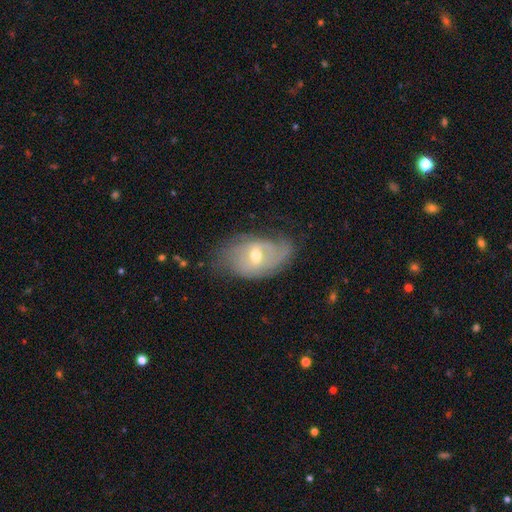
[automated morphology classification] smooth-or-featured: featured or disk: 68% | smooth: 24% | star or artifact: 8%
  disk-edge-on: no: 93% | yes: 7%
    bar: weak: 47% | no: 40% | strong: 13%
    has-spiral-arms: yes: 76% | no: 24%
    bulge-size: moderate: 58% | small: 38% | large: 2% | none: 1% | dominant: 1%
  merging: none: 56% | minor disturbance: 30% | major disturbance: 12% | merger: 2%